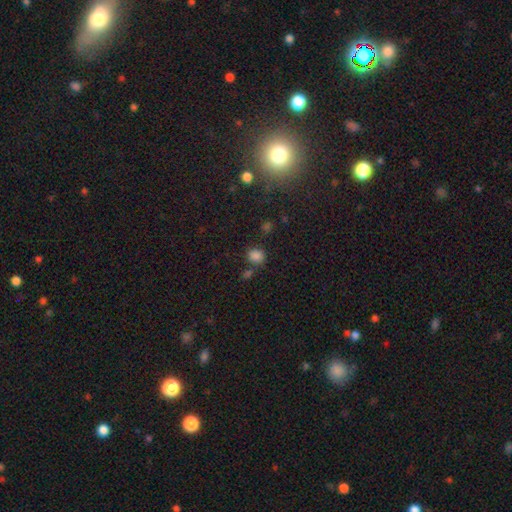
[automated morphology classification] A smooth galaxy with no disk features (80%) that is round (65%).

Vote fractions:
- Smooth or featured? smooth: 80% / star or artifact: 16% / featured or disk: 4%
- How rounded? round: 65% / in between: 34% / cigar-shaped: 1%
- Merging? none: 72% / minor disturbance: 12% / merger: 11% / major disturbance: 4%